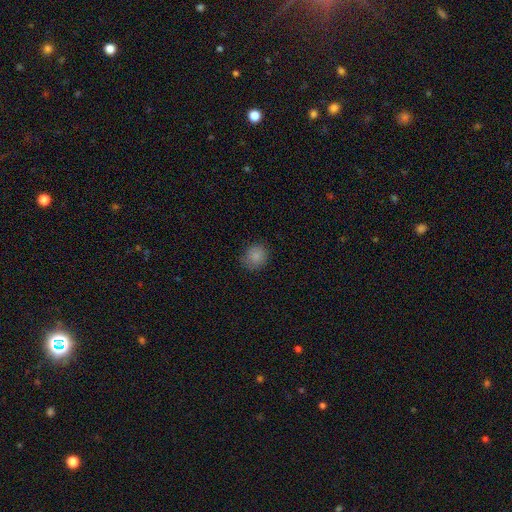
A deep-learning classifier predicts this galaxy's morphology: smooth_or_featured: smooth (p=0.86) [alt: star or artifact p=0.10]
how_rounded: round (p=0.86) [alt: in between p=0.13]
merging: none (p=0.82) [alt: minor disturbance p=0.14]